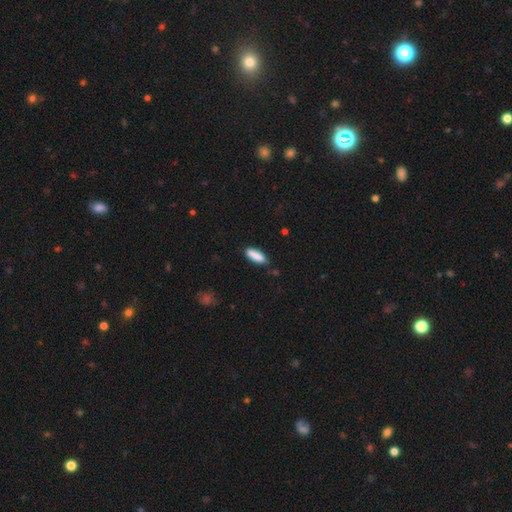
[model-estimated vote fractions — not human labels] smooth-or-featured: smooth: 87% | featured or disk: 6% | star or artifact: 6%
  how-rounded: in between: 54% | cigar-shaped: 45% | round: 2%
  merging: none: 78% | minor disturbance: 16% | merger: 3% | major disturbance: 3%